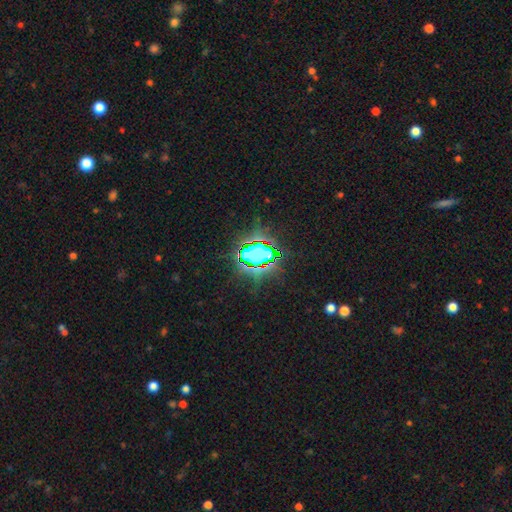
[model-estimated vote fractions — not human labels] A star or artifact, not a galaxy (65%).

Vote fractions:
- Smooth or featured? star or artifact: 65% / smooth: 22% / featured or disk: 13%